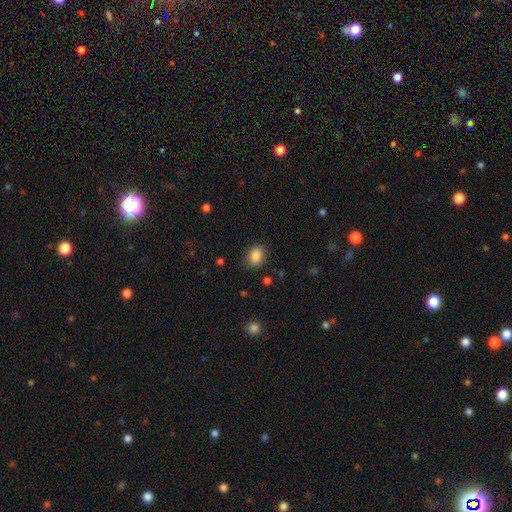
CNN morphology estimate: Smooth or featured? smooth (86%)
How rounded? in between (65%)
Merging? none (85%)